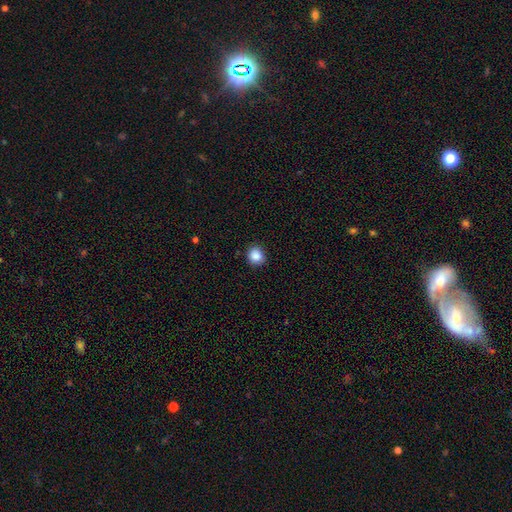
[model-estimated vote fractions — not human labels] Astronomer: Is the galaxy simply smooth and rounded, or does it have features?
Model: smooth — 87%.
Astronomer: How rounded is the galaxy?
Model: round — 82%.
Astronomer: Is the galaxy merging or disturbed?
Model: none — 87%.